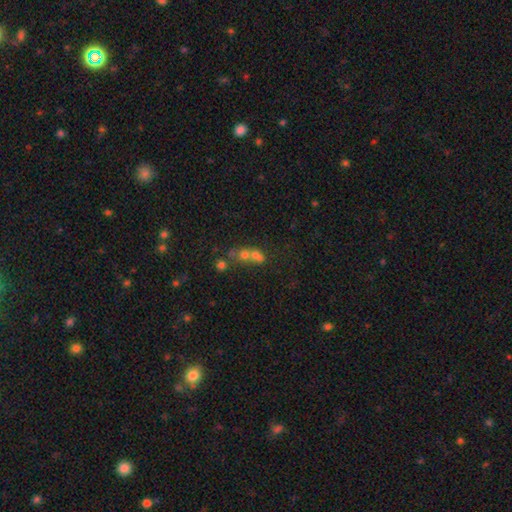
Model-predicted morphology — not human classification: The model was most divided on "smooth or featured": smooth: 57%, featured or disk: 23%, star or artifact: 20%. More confident: how rounded — round (67%); merging — merger (61%).